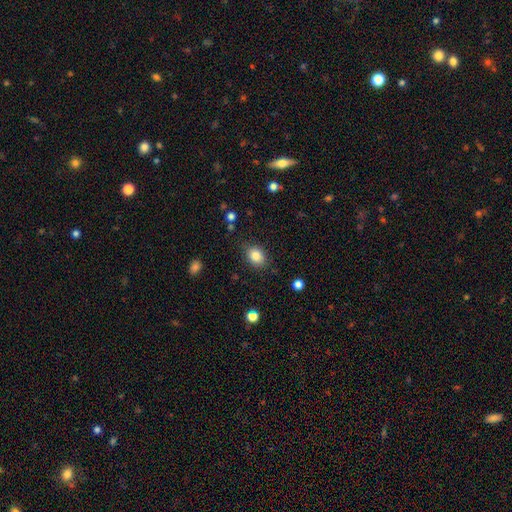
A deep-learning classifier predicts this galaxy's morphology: Q: Smooth or featured?
A: smooth (84%); runner-up: star or artifact (9%)
Q: How rounded?
A: in between (59%); runner-up: round (40%)
Q: Merging?
A: none (82%); runner-up: minor disturbance (13%)